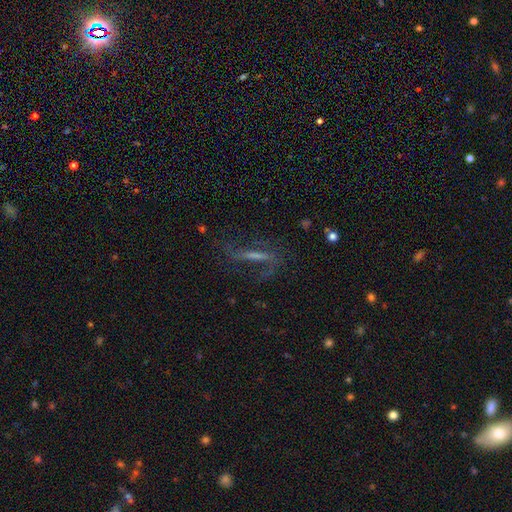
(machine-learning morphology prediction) Smooth or featured?
  - featured or disk: 62% *
  - smooth: 23%
  - star or artifact: 15%
Edge-on disk?
  - no: 61% *
  - yes: 39%
Merging?
  - none: 60% *
  - major disturbance: 20%
  - minor disturbance: 17%
  - merger: 3%